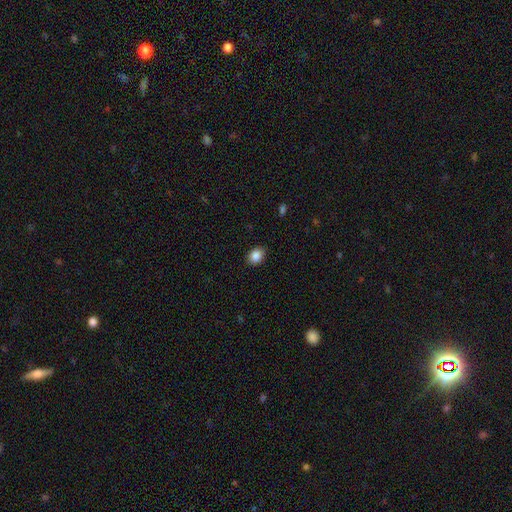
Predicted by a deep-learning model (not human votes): smooth_or_featured: smooth (p=0.87) [alt: star or artifact p=0.09]
how_rounded: in between (p=0.62) [alt: round p=0.37]
merging: none (p=0.88) [alt: minor disturbance p=0.09]